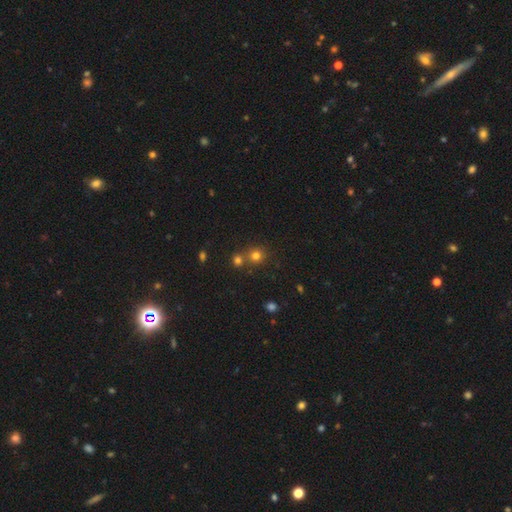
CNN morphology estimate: A smooth galaxy with no disk features (75%) that is round (89%).

Vote fractions:
- Smooth or featured? smooth: 75% / star or artifact: 18% / featured or disk: 7%
- How rounded? round: 89% / in between: 10% / cigar-shaped: 1%
- Merging? none: 65% / merger: 26% / minor disturbance: 6% / major disturbance: 2%